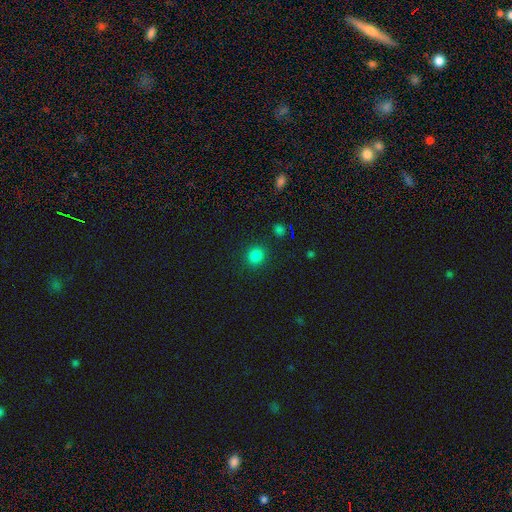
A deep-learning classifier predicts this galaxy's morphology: Smooth or featured? smooth (82%)
How rounded? round (87%)
Merging? none (89%)